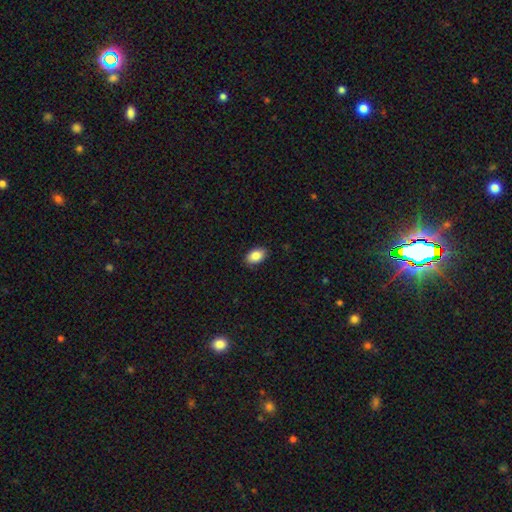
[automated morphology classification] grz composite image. It shows a smooth galaxy with no disk features (86%) that is in between round and cigar-shaped (91%). Merging: none (88%).